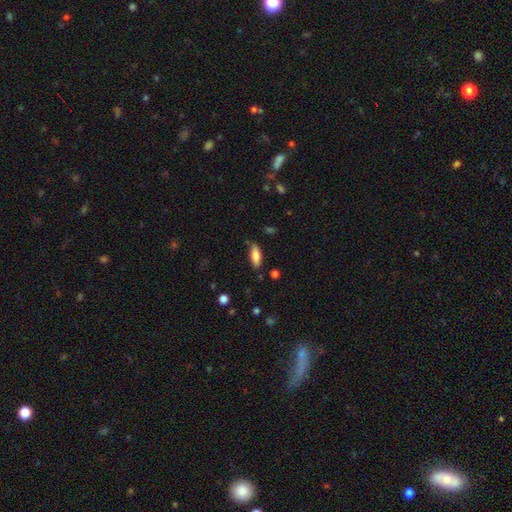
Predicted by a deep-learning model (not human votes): A smooth galaxy with no disk features (81%) that is in between round and cigar-shaped (70%).

Vote fractions:
- Smooth or featured? smooth: 81% / featured or disk: 12% / star or artifact: 7%
- How rounded? in between: 70% / cigar-shaped: 28% / round: 2%
- Merging? none: 80% / minor disturbance: 15% / major disturbance: 3% / merger: 2%